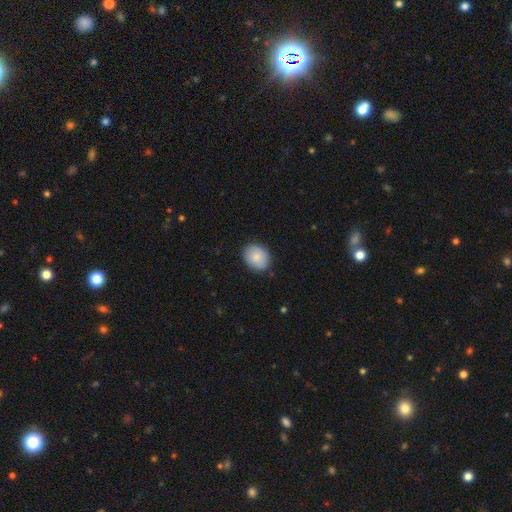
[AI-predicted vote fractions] A smooth galaxy with no disk features (83%) that is round (53%).

Vote fractions:
- Smooth or featured? smooth: 83% / featured or disk: 10% / star or artifact: 7%
- How rounded? round: 53% / in between: 46% / cigar-shaped: 1%
- Merging? none: 85% / minor disturbance: 12% / major disturbance: 2% / merger: 1%